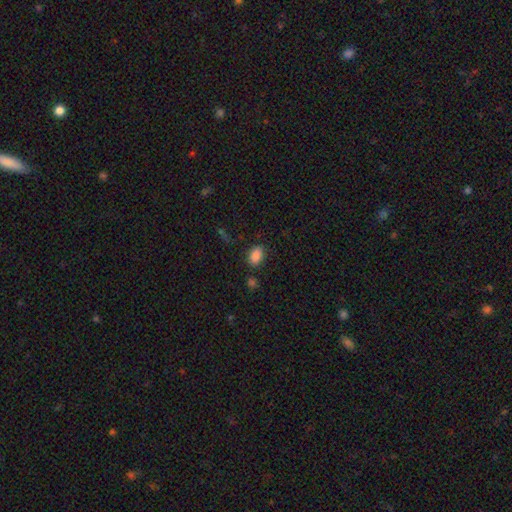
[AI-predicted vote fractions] A smooth galaxy with no disk features (86%) that is in between round and cigar-shaped (86%).

Vote fractions:
- Smooth or featured? smooth: 86% / star or artifact: 9% / featured or disk: 4%
- How rounded? in between: 86% / round: 13% / cigar-shaped: 1%
- Merging? none: 81% / minor disturbance: 11% / merger: 4% / major disturbance: 3%